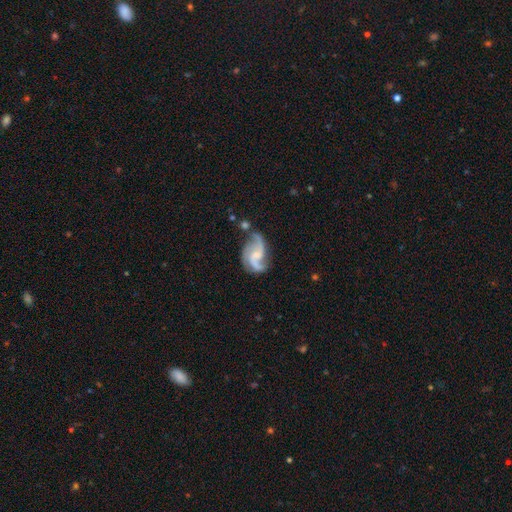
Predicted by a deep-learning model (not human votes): Morphology: type=featured or disk (87%); edge-on=no (98%); bar=no (51%); spiral arms=yes (97%); winding=loose (47%); arm count=2 (54%); bulge=small (42%); merging=none (53%).